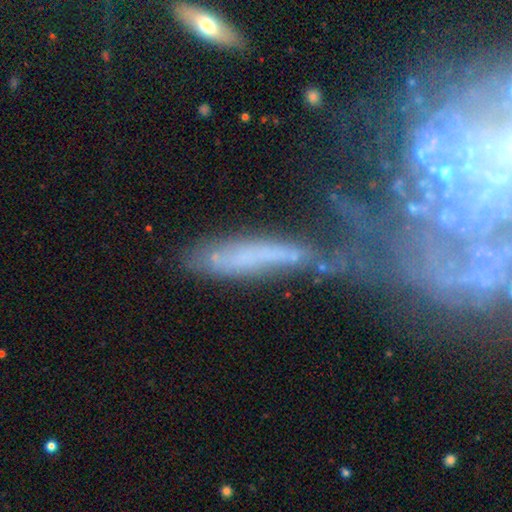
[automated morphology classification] type=smooth (46%); merging=none (39%).